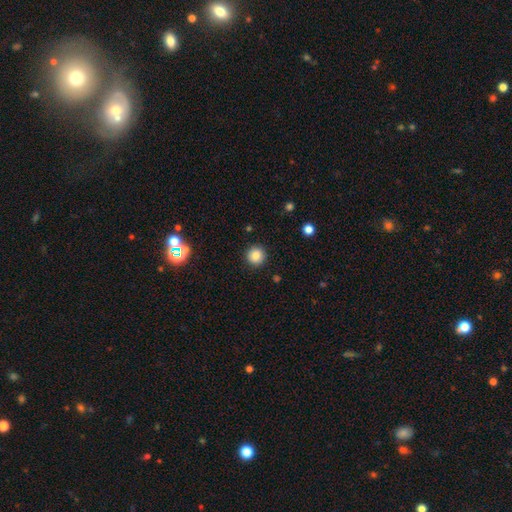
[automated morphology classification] Q: Smooth or featured?
A: smooth (83%); runner-up: star or artifact (11%)
Q: How rounded?
A: round (95%); runner-up: in between (4%)
Q: Merging?
A: none (91%); runner-up: minor disturbance (6%)